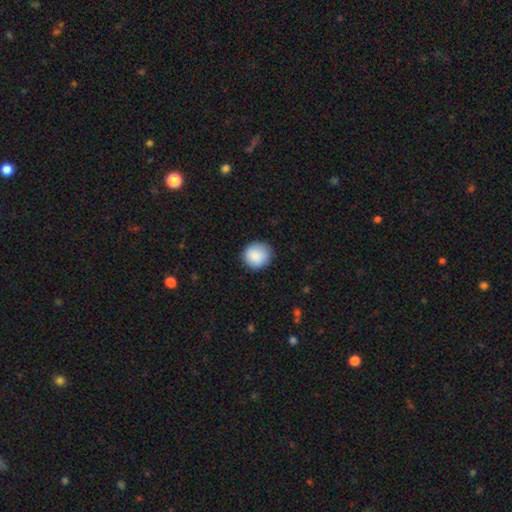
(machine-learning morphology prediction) Smooth or featured? Predicted: smooth (p=0.88). How rounded? Predicted: round (p=0.90). Merging? Predicted: none (p=0.86).